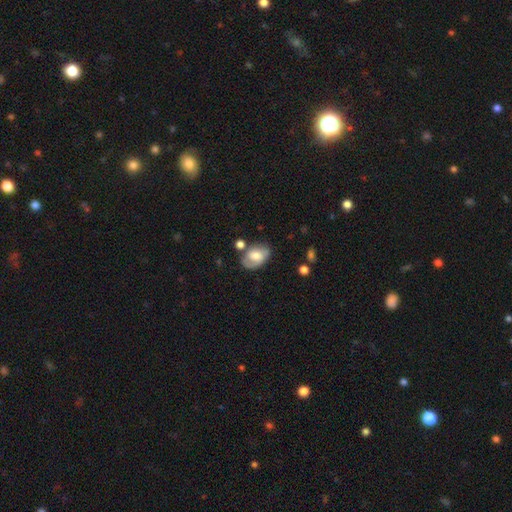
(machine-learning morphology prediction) smooth_or_featured: smooth (p=0.50) [alt: featured or disk p=0.43]
merging: none (p=0.54) [alt: minor disturbance p=0.25]